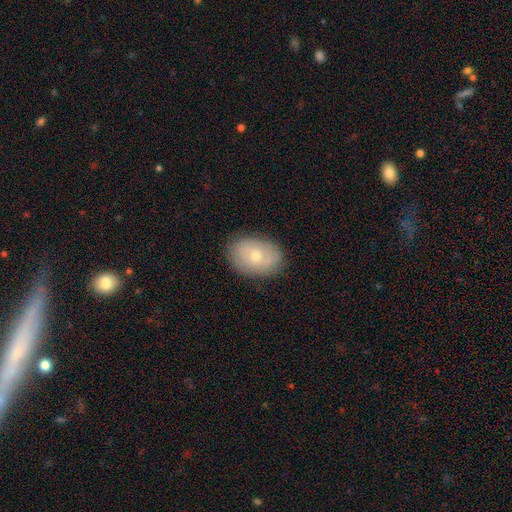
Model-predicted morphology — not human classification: type=smooth (60%); roundness=in between (76%); merging=none (82%).